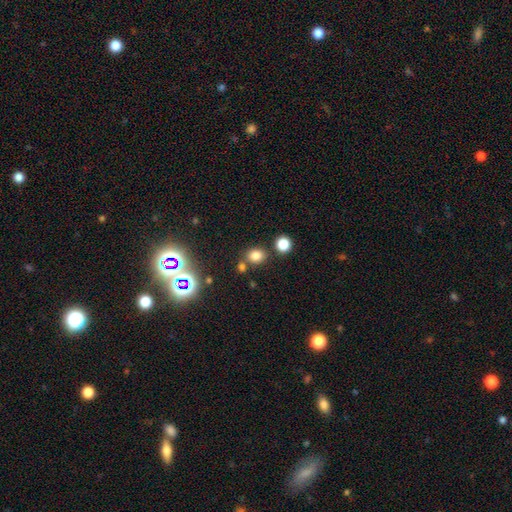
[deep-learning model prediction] Morphology: type=smooth (76%); roundness=round (61%); merging=none (72%).